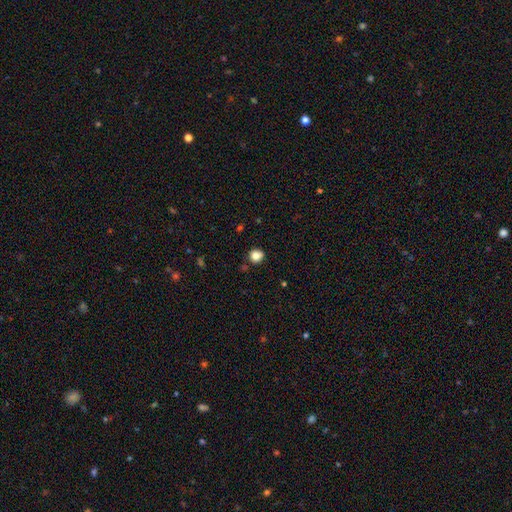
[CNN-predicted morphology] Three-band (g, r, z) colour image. It shows a smooth galaxy with no disk features (83%) that is round (88%). Merging: none (87%).